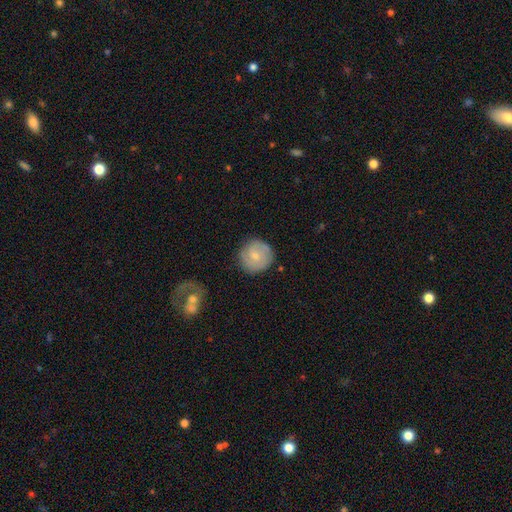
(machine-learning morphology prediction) Overall: smooth (60%; featured or disk 34%). How rounded: round (93%). Merging: none (83%).